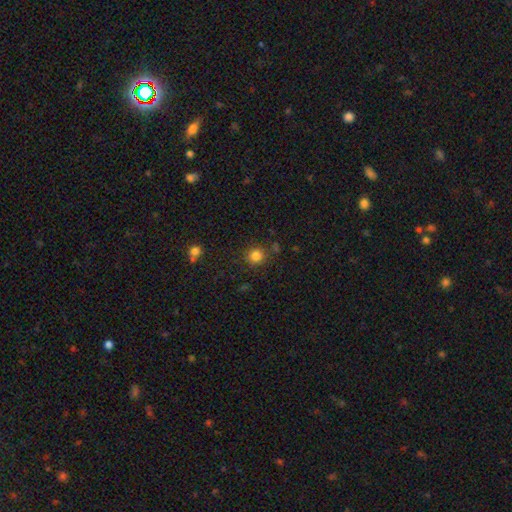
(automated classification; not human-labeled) smooth-or-featured: smooth: 82% | star or artifact: 13% | featured or disk: 5%
  how-rounded: round: 91% | in between: 9% | cigar-shaped: 1%
  merging: none: 82% | minor disturbance: 10% | merger: 4% | major disturbance: 3%